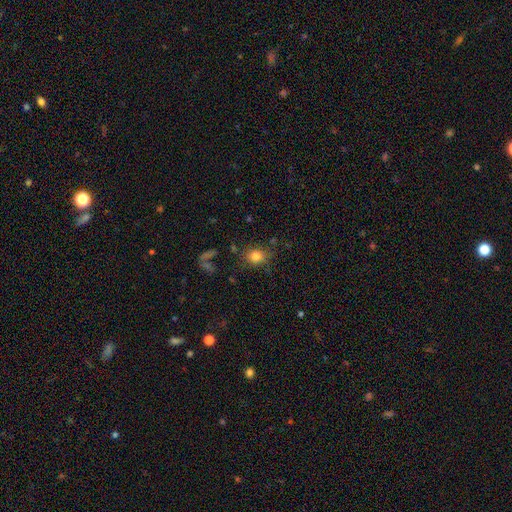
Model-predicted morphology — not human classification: type=smooth (80%); roundness=round (57%); merging=none (77%).